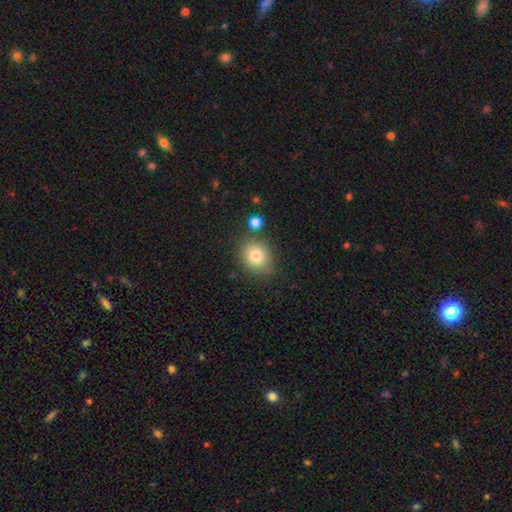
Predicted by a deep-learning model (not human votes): Morphology: type=smooth (80%); roundness=round (63%); merging=none (76%).